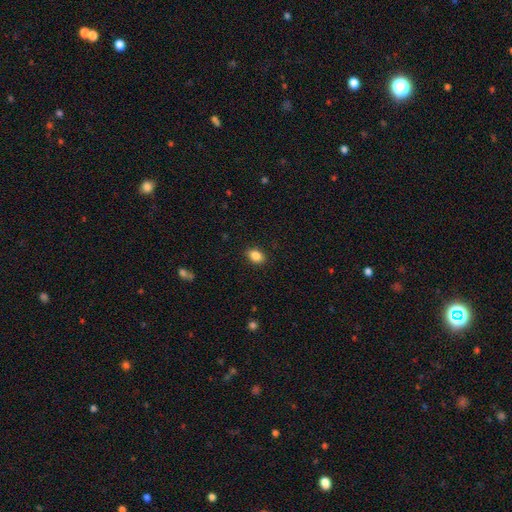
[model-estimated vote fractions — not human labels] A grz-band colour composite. It shows a smooth galaxy with no disk features (87%) that is in between round and cigar-shaped (78%). Merging: none (89%).